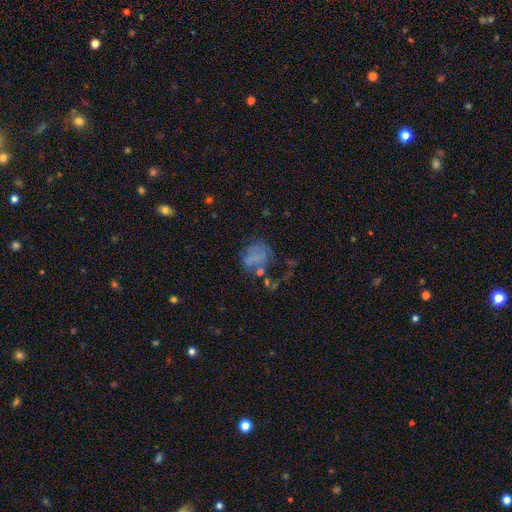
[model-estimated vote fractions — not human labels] Smooth or featured? Predicted: smooth (p=0.52). How rounded? Predicted: round (p=0.51). Merging? Predicted: none (p=0.36).